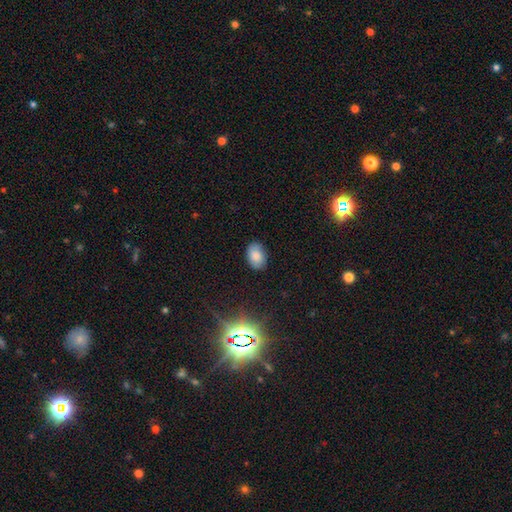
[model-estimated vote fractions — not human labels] smooth_or_featured: smooth (p=0.82) [alt: star or artifact p=0.10]
how_rounded: in between (p=0.86) [alt: round p=0.13]
merging: none (p=0.84) [alt: minor disturbance p=0.12]